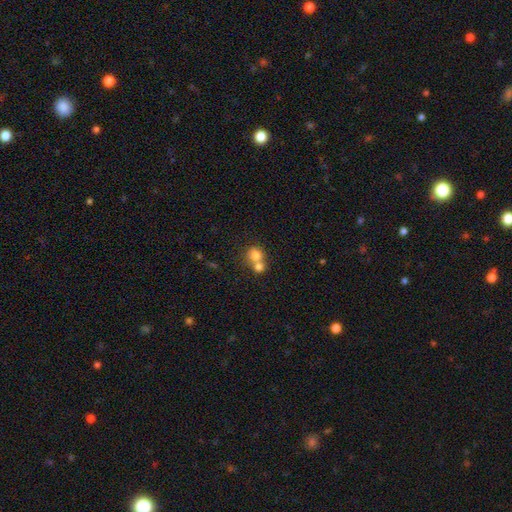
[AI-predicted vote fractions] Smooth or featured: smooth — 77% (featured or disk — 12%)
How rounded: round — 79% (in between — 20%)
Merging: merger — 59% (none — 33%)